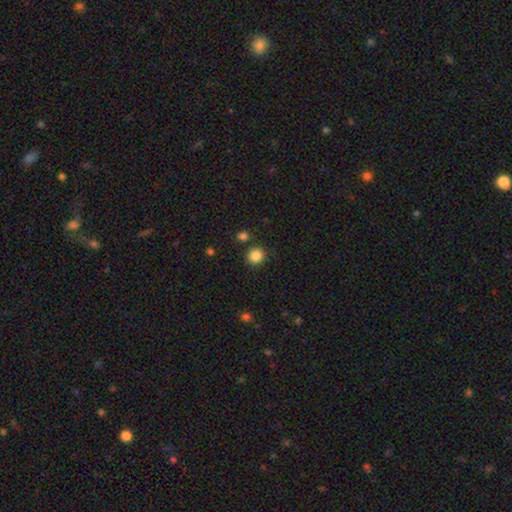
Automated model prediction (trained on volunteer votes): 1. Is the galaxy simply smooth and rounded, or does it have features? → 86% smooth, 11% star or artifact, 4% featured or disk.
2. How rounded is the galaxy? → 88% round, 11% in between, 1% cigar-shaped.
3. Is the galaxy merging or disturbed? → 85% none, 8% minor disturbance, 4% merger, 3% major disturbance.